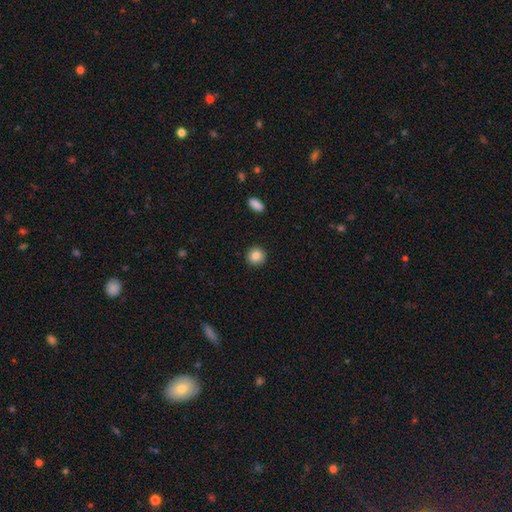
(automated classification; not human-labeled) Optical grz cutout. It shows a smooth galaxy with no disk features (84%) that is round (94%). Merging: none (92%).